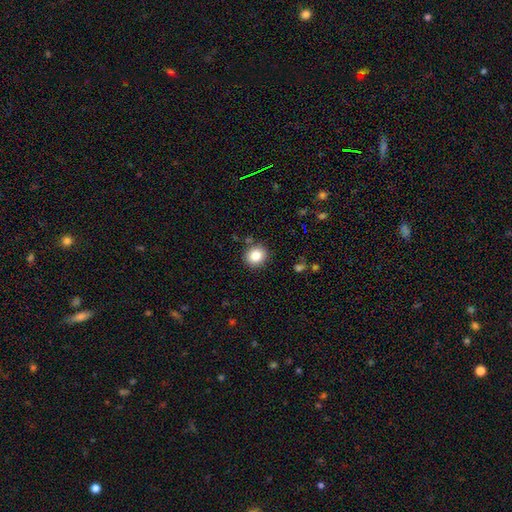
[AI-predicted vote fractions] Smooth or featured? smooth (83%)
How rounded? round (85%)
Merging? none (88%)